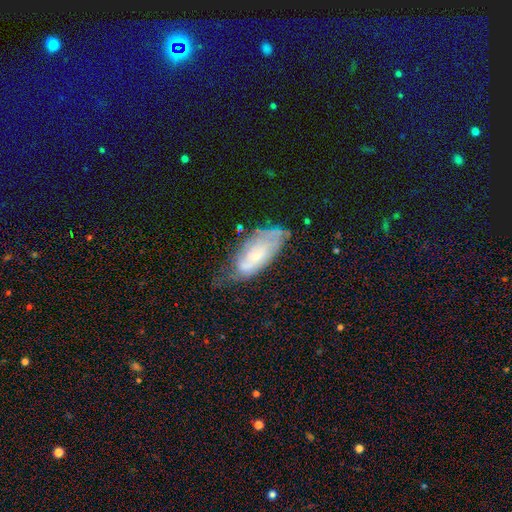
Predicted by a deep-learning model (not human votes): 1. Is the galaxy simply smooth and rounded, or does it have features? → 59% featured or disk, 33% smooth, 8% star or artifact.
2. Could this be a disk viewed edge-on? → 88% no, 12% yes.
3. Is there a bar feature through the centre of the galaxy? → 72% no, 23% weak, 5% strong.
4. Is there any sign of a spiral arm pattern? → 69% yes, 31% no.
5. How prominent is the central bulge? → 66% small, 28% moderate, 4% none, 2% large, 1% dominant.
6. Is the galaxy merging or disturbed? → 47% none, 35% minor disturbance, 15% major disturbance, 4% merger.